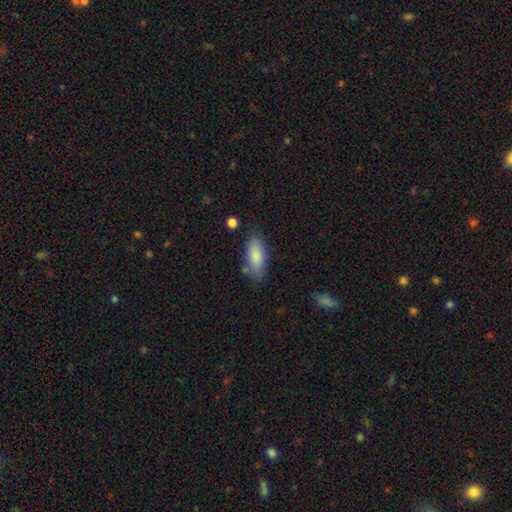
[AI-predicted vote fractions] Overall: smooth (84%). How rounded: in between (81%). Merging: none (73%).